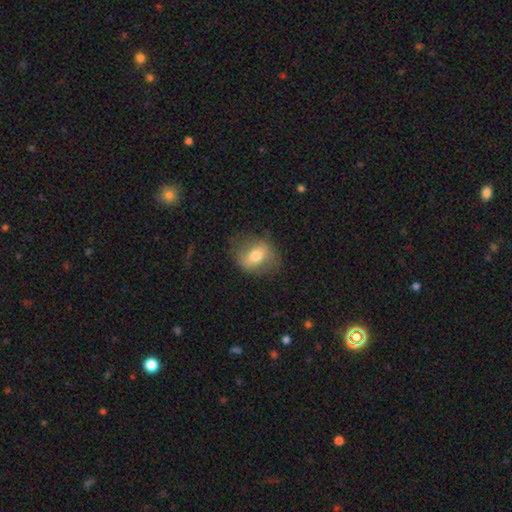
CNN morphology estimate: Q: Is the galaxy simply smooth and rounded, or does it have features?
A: smooth — 58%.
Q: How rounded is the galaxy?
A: in between — 54%.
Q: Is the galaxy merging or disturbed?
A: none — 71%.